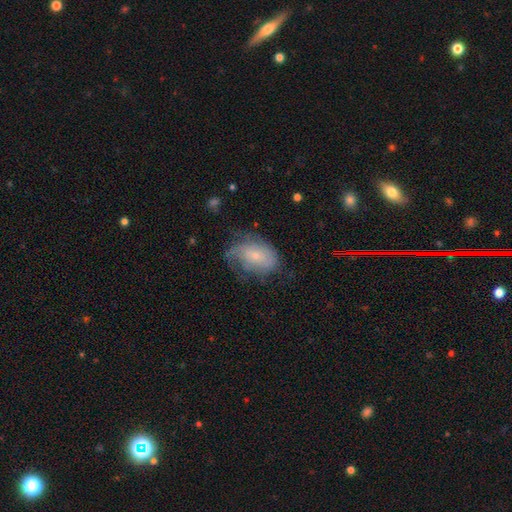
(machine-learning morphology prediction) The model was most divided on "smooth or featured": featured or disk: 53%, smooth: 38%, star or artifact: 8%. Remaining: edge-on disk — no (96%); spiral arms — yes (77%); bar — no (74%); bulge size — small (72%); merging — none (46%).